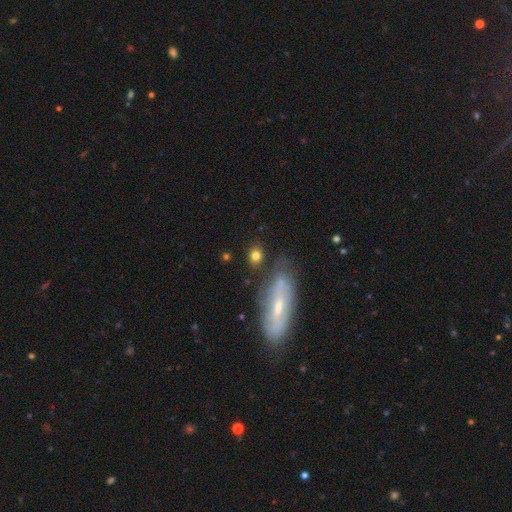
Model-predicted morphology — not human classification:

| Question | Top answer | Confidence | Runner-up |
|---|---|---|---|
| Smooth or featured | smooth | 76% | featured or disk (15%) |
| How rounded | round | 53% | in between (42%) |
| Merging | none | 75% | minor disturbance (13%) |